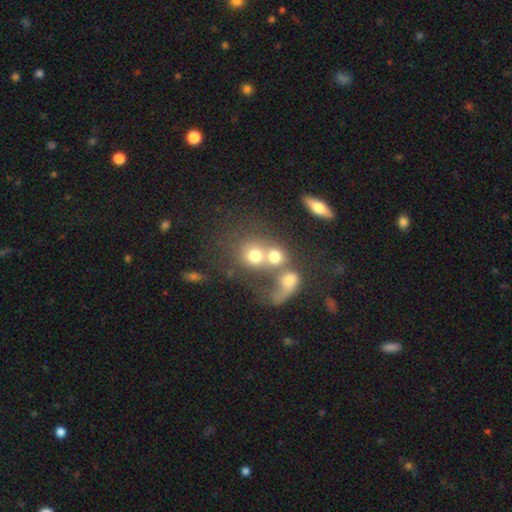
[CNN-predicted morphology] The model was most divided on "smooth or featured": smooth: 55%, featured or disk: 31%, star or artifact: 14%. More confident: how rounded — round (71%); merging — merger (57%).